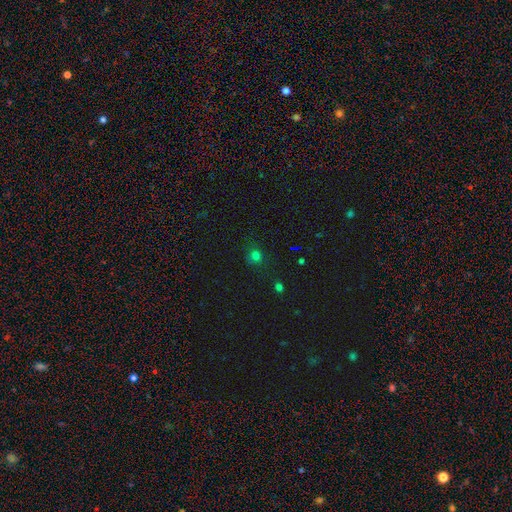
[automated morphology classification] smooth_or_featured: smooth (p=0.69) [alt: star or artifact p=0.26]
how_rounded: round (p=0.79) [alt: in between p=0.20]
merging: none (p=0.77) [alt: minor disturbance p=0.15]